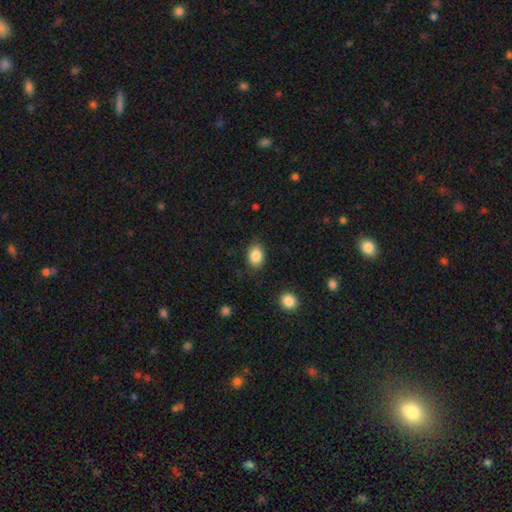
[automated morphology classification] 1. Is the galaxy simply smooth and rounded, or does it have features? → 87% smooth, 8% star or artifact, 5% featured or disk.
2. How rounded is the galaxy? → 73% in between, 26% round, 1% cigar-shaped.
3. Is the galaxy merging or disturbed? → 84% none, 11% minor disturbance, 3% major disturbance, 2% merger.